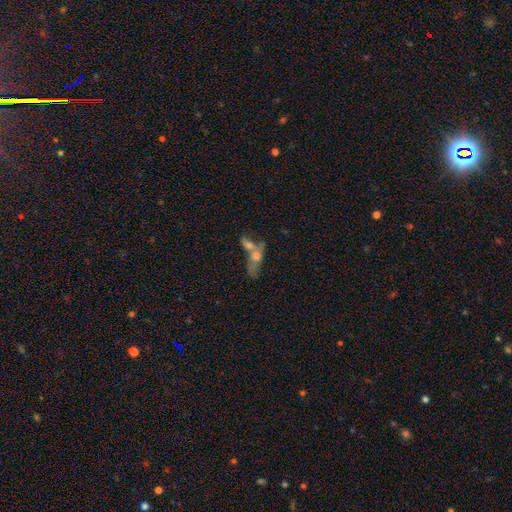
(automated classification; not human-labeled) A smooth galaxy with no disk features (45%).

Vote fractions:
- Smooth or featured? smooth: 45% / featured or disk: 42% / star or artifact: 13%
- Merging? merger: 61% / none: 20% / major disturbance: 11% / minor disturbance: 9%